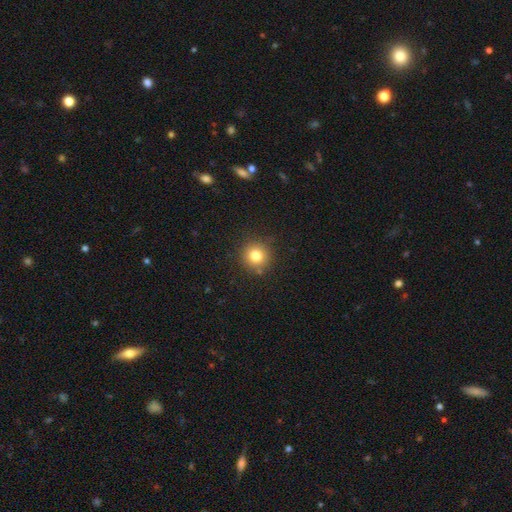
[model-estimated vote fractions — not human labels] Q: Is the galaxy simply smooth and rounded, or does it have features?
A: smooth — 80%.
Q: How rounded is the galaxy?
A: round — 93%.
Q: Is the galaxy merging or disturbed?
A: none — 87%.